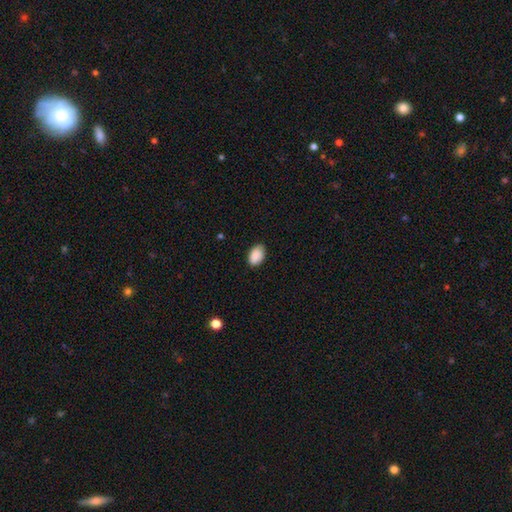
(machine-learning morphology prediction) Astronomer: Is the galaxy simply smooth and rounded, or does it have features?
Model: smooth — 89%.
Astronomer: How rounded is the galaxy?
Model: in between — 88%.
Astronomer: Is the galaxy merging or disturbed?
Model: none — 79%.